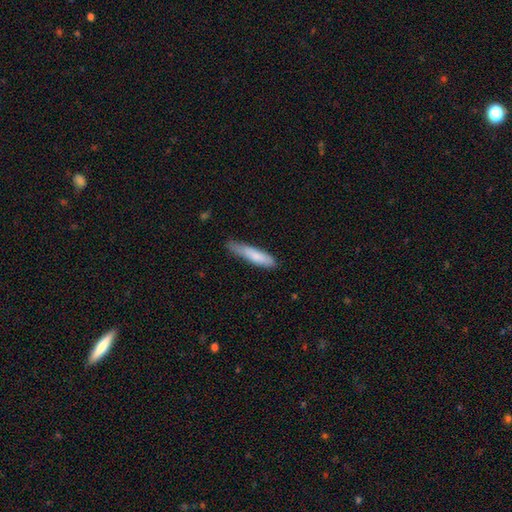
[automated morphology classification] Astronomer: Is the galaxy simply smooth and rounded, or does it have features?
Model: smooth — 80%.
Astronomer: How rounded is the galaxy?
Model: cigar-shaped — 84%.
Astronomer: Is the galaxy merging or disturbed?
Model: none — 58%.